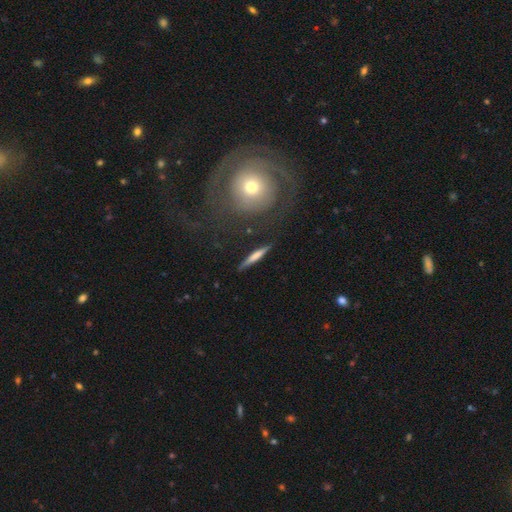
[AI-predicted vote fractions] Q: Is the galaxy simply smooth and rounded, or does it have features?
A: smooth — 57%.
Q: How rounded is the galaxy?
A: cigar-shaped — 91%.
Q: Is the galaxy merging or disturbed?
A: none — 83%.